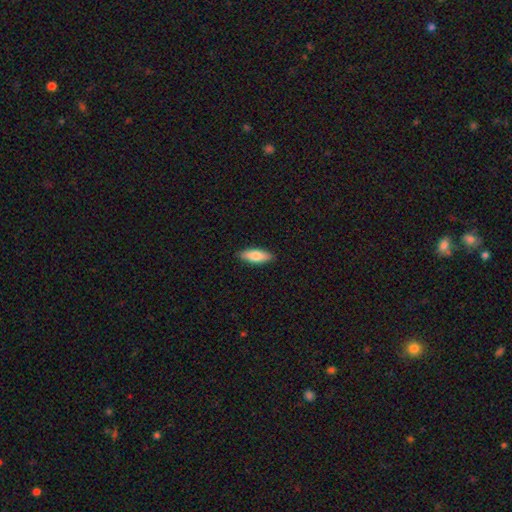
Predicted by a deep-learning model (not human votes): A smooth galaxy with no disk features (80%) that is in between round and cigar-shaped (69%).

Vote fractions:
- Smooth or featured? smooth: 80% / featured or disk: 14% / star or artifact: 6%
- How rounded? in between: 69% / cigar-shaped: 29% / round: 2%
- Merging? none: 90% / minor disturbance: 8% / major disturbance: 2% / merger: 1%